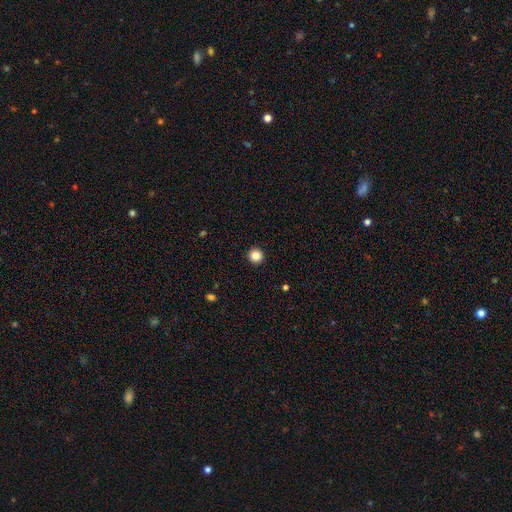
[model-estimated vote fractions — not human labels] This appears to be a smooth galaxy with no disk features (85%) that is round (95%). Merging: none (94%).